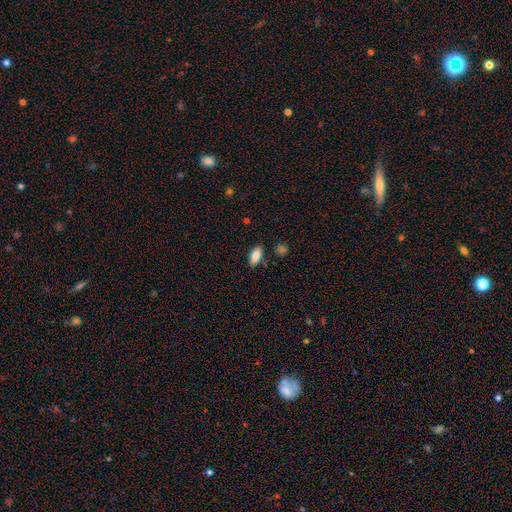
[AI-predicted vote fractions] Smooth or featured? Predicted: smooth (p=0.83). How rounded? Predicted: in between (p=0.90). Merging? Predicted: none (p=0.85).